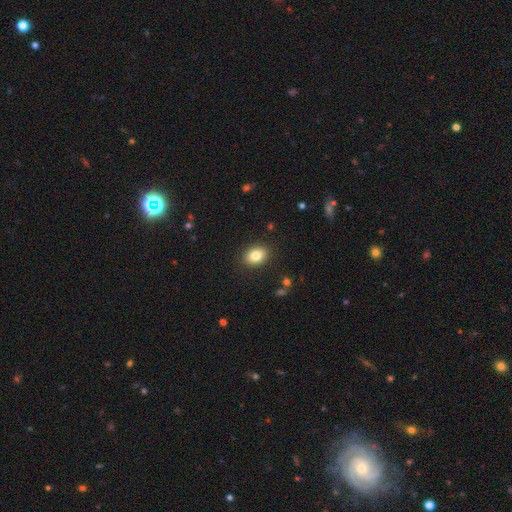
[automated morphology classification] Q: Smooth or featured?
A: smooth (83%); runner-up: star or artifact (9%)
Q: How rounded?
A: in between (69%); runner-up: round (30%)
Q: Merging?
A: none (88%); runner-up: minor disturbance (8%)